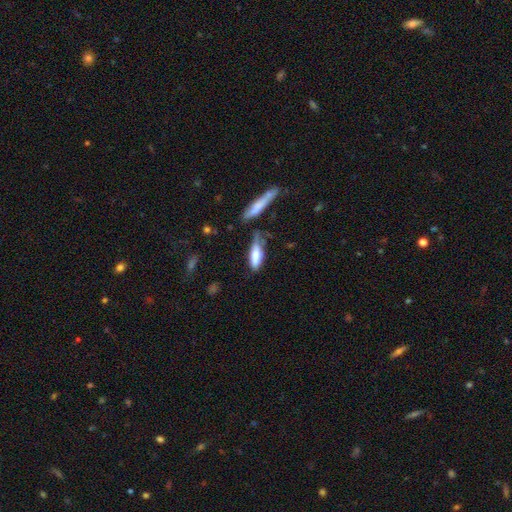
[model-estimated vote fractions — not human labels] This appears to be a smooth galaxy with no disk features (69%) that is in between round and cigar-shaped (51%). Merging: none (38%).